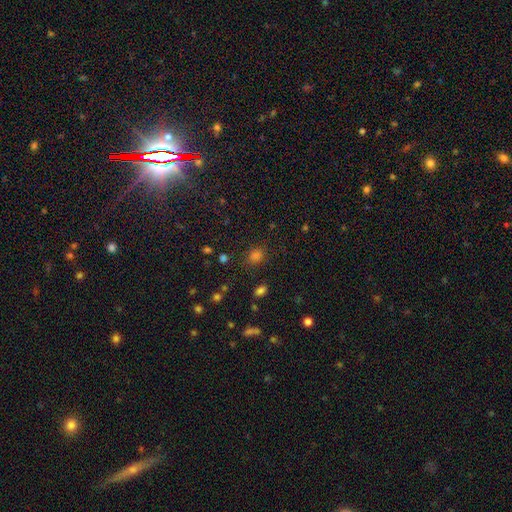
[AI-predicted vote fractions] A smooth galaxy with no disk features (71%) that is round (53%).

Vote fractions:
- Smooth or featured? smooth: 71% / star or artifact: 24% / featured or disk: 5%
- How rounded? round: 53% / in between: 46% / cigar-shaped: 1%
- Merging? none: 84% / minor disturbance: 10% / major disturbance: 4% / merger: 2%